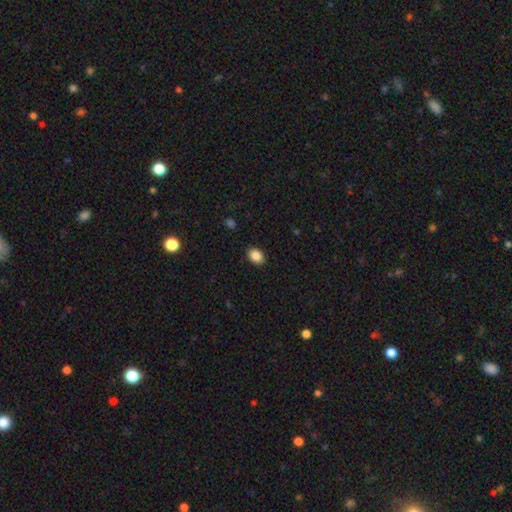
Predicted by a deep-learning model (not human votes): Smooth or featured: smooth — 87% (star or artifact — 8%)
How rounded: in between — 73% (round — 26%)
Merging: none — 89% (minor disturbance — 8%)